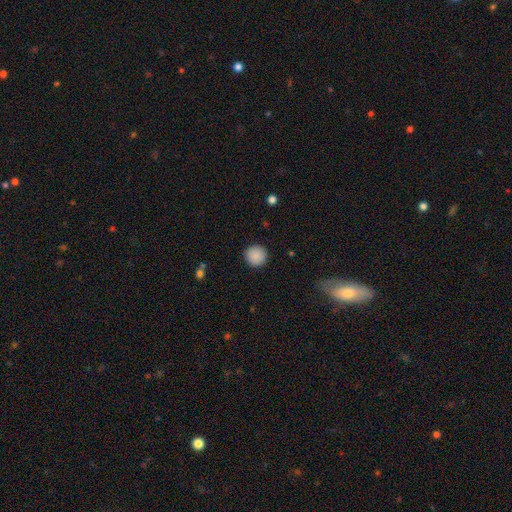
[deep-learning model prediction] This is clearly a smooth galaxy (89%). How rounded: clearly round (95%). Merging: clearly none (91%).